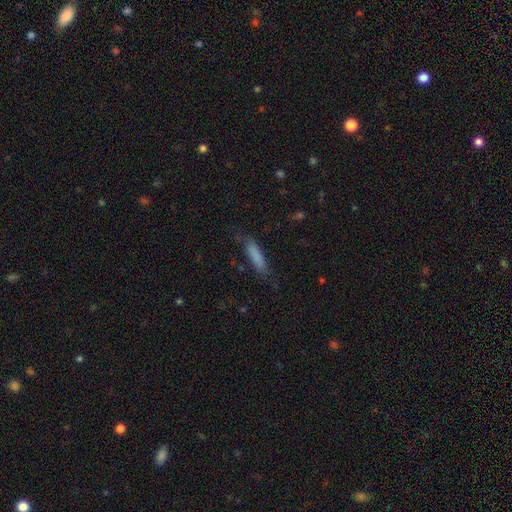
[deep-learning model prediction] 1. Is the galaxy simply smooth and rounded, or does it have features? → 77% smooth, 16% featured or disk, 7% star or artifact.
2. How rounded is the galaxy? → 78% cigar-shaped, 21% in between, 2% round.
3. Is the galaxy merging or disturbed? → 69% none, 22% minor disturbance, 7% major disturbance, 2% merger.